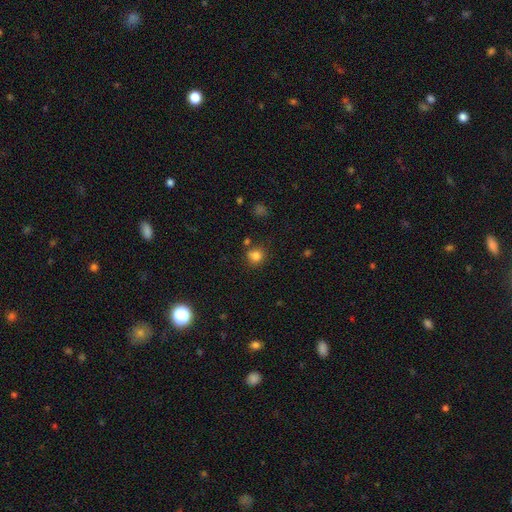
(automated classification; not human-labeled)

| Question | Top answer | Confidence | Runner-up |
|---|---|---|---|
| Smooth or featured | smooth | 80% | star or artifact (13%) |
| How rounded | round | 83% | in between (16%) |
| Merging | none | 68% | minor disturbance (15%) |